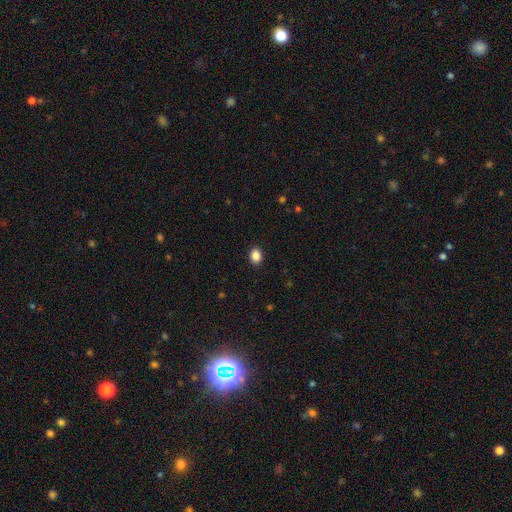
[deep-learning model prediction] Smooth or featured? Predicted: smooth (p=0.88). How rounded? Predicted: in between (p=0.56). Merging? Predicted: none (p=0.91).